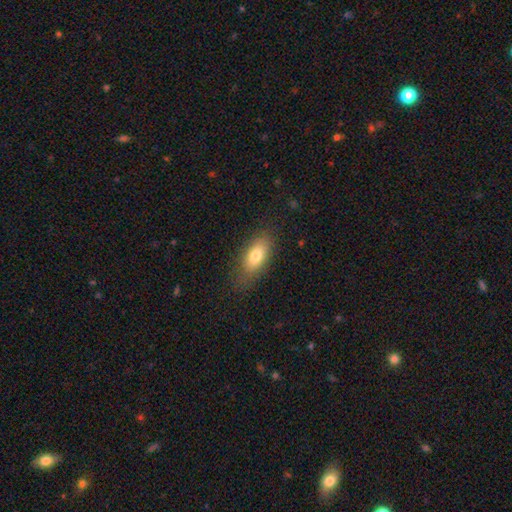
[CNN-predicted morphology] The model was most divided on "merging": none: 76%, minor disturbance: 17%, major disturbance: 6%, merger: 1%. More confident: how rounded — in between (86%); smooth or featured — smooth (78%).